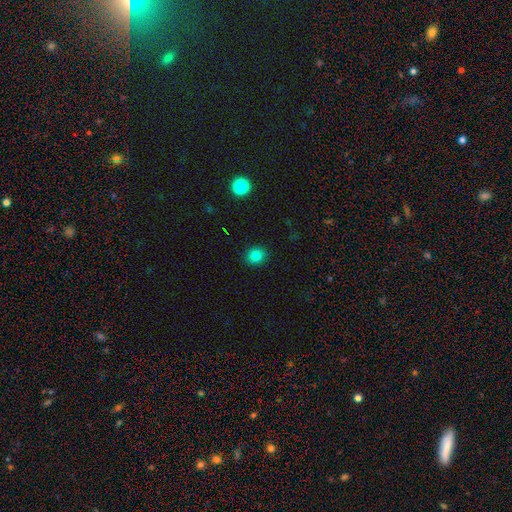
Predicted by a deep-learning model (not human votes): Smooth or featured? Predicted: smooth (p=0.84). How rounded? Predicted: round (p=0.74). Merging? Predicted: none (p=0.89).